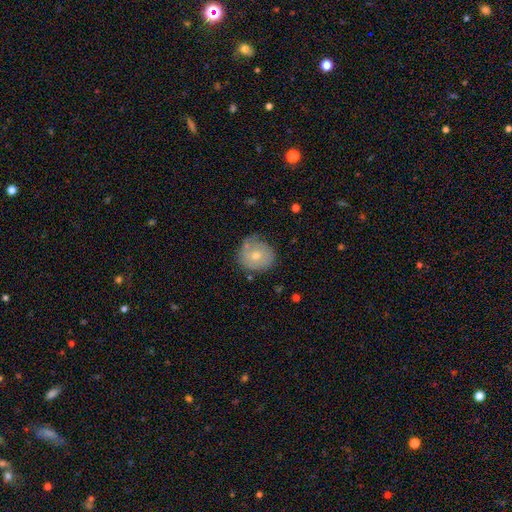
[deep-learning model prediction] Smooth or featured?
  - smooth: 51% *
  - featured or disk: 39%
  - star or artifact: 10%
How rounded?
  - round: 84% *
  - in between: 15%
  - cigar-shaped: 1%
Merging?
  - none: 65% *
  - minor disturbance: 25%
  - major disturbance: 7%
  - merger: 3%